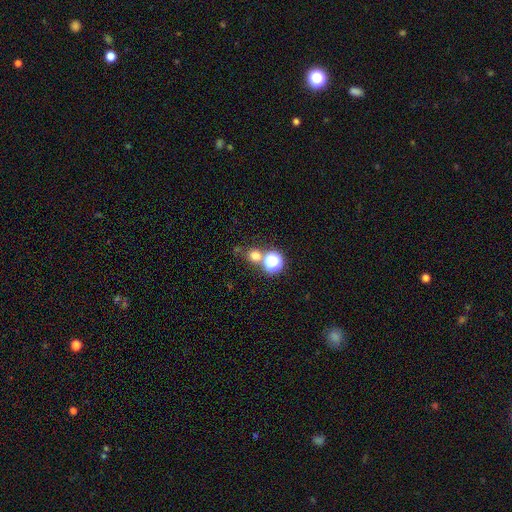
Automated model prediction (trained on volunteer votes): Morphology: type=smooth (68%); roundness=round (88%); merging=none (65%).